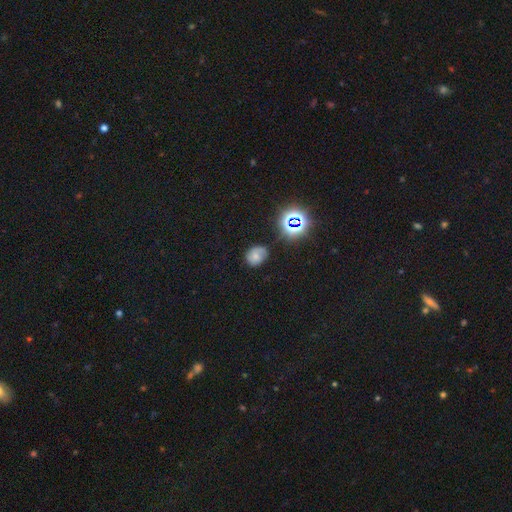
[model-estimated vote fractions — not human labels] Smooth or featured? Predicted: smooth (p=0.51). How rounded? Predicted: round (p=0.58). Merging? Predicted: none (p=0.59).